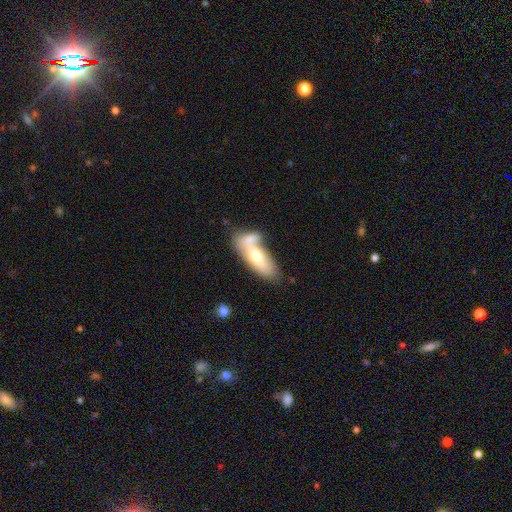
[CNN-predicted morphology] Overall: smooth (62%; featured or disk 33%). How rounded: in between (70%). Merging: merger (50%; none 29%).